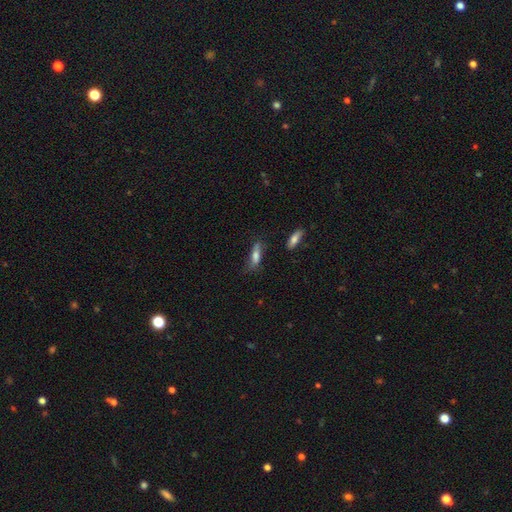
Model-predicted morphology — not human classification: type=smooth (69%); roundness=in between (51%); merging=none (56%).